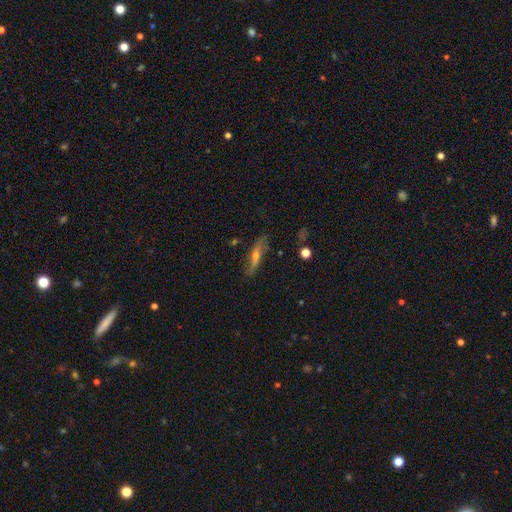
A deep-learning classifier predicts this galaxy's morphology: The model was most divided on "edge-on disk": yes: 54%, no: 46%. More confident: merging — none (76%); smooth or featured — featured or disk (64%).